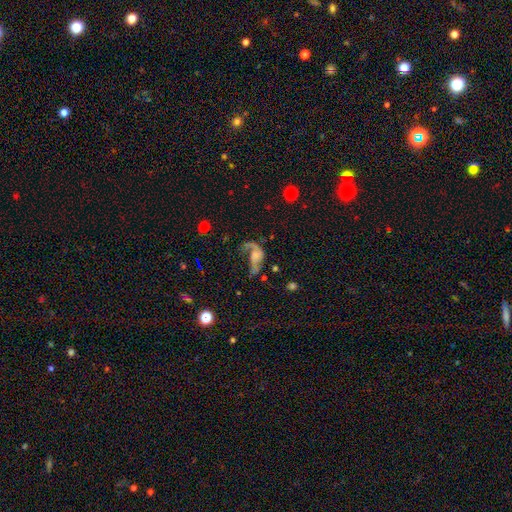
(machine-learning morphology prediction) type=featured or disk (64%); edge-on=no (96%); bar=no (73%); spiral arms=yes (71%); bulge=none (38%); merging=major disturbance (49%).